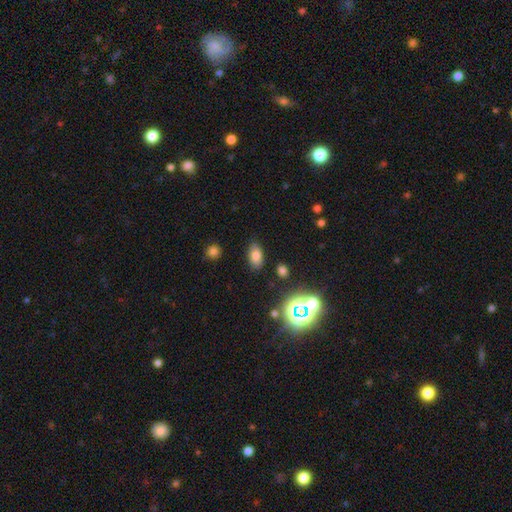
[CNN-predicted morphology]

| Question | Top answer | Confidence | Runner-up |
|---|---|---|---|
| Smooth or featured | smooth | 74% | star or artifact (15%) |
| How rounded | in between | 90% | round (7%) |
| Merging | none | 84% | minor disturbance (11%) |